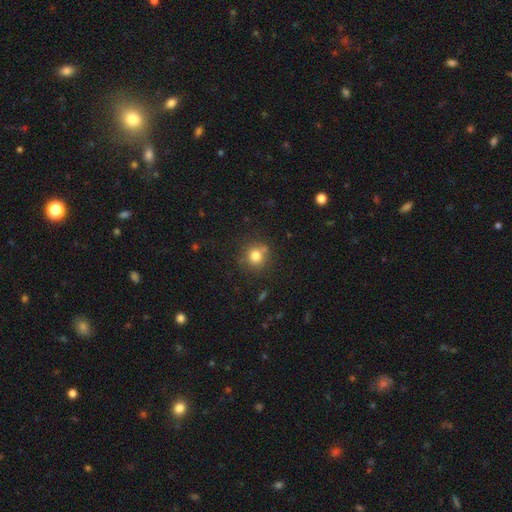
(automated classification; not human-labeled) The model was most divided on "merging": none: 75%, minor disturbance: 13%, merger: 8%, major disturbance: 4%. More confident: how rounded — round (89%); smooth or featured — smooth (79%).